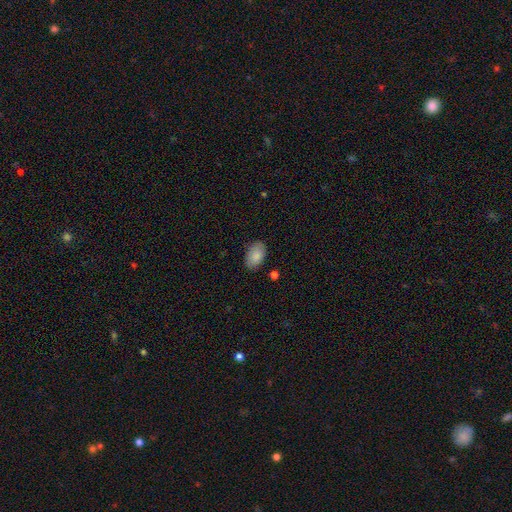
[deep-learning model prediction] Smooth or featured? Predicted: smooth (p=0.87). How rounded? Predicted: in between (p=0.93). Merging? Predicted: none (p=0.84).